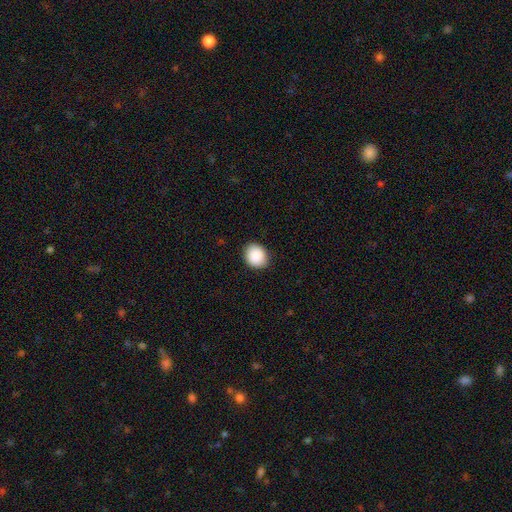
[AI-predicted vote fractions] smooth-or-featured: smooth: 89% | star or artifact: 7% | featured or disk: 3%
  how-rounded: round: 67% | in between: 32% | cigar-shaped: 1%
  merging: none: 87% | minor disturbance: 10% | major disturbance: 2% | merger: 1%